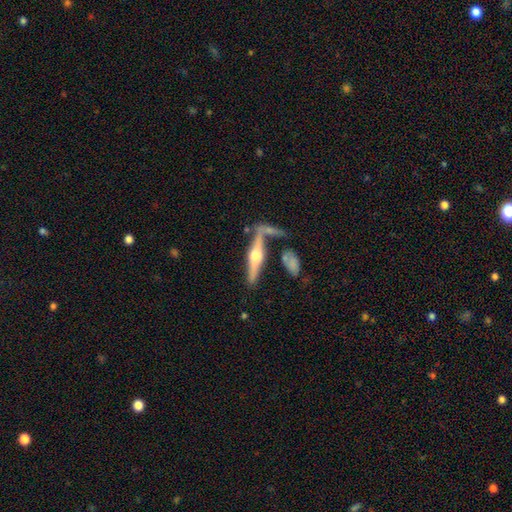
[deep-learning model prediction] Smooth or featured? Predicted: featured or disk (p=0.73). Edge-on disk? Predicted: yes (p=0.96). Edge-on bulge? Predicted: rounded (p=0.94). Merging? Predicted: none (p=0.64).